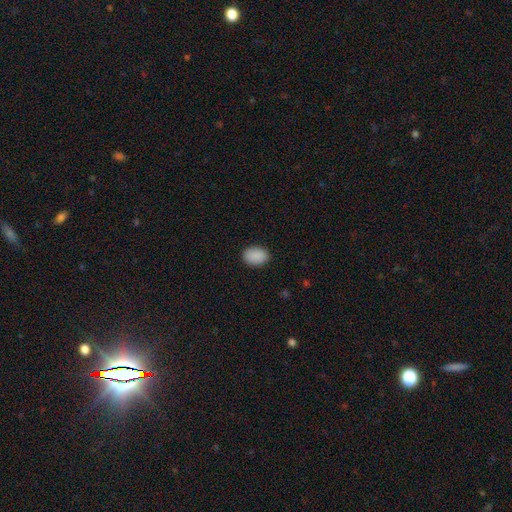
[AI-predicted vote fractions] The model was most divided on "how rounded": in between: 76%, round: 23%, cigar-shaped: 1%. More confident: smooth or featured — smooth (90%); merging — none (89%).